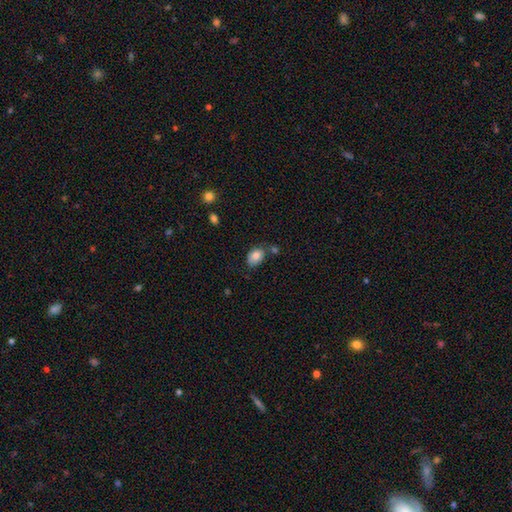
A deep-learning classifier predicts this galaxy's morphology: A smooth galaxy with no disk features (81%) that is in between round and cigar-shaped (81%). Merging: none (58%).